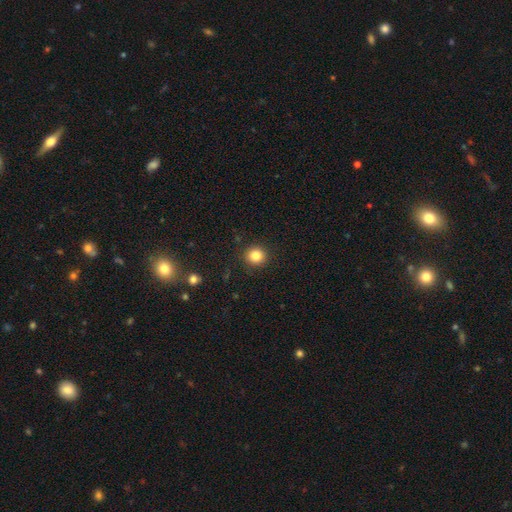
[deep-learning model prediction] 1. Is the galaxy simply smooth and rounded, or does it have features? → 84% smooth, 11% star or artifact, 5% featured or disk.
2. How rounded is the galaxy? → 91% round, 8% in between, 1% cigar-shaped.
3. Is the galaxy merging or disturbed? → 90% none, 6% minor disturbance, 2% major disturbance, 1% merger.